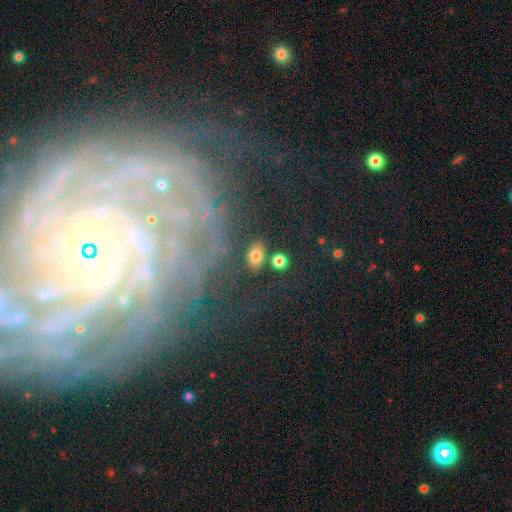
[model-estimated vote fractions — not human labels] A smooth galaxy with no disk features (81%) that is in between round and cigar-shaped (72%).

Vote fractions:
- Smooth or featured? smooth: 81% / star or artifact: 11% / featured or disk: 8%
- How rounded? in between: 72% / round: 26% / cigar-shaped: 2%
- Merging? none: 81% / minor disturbance: 9% / merger: 7% / major disturbance: 3%